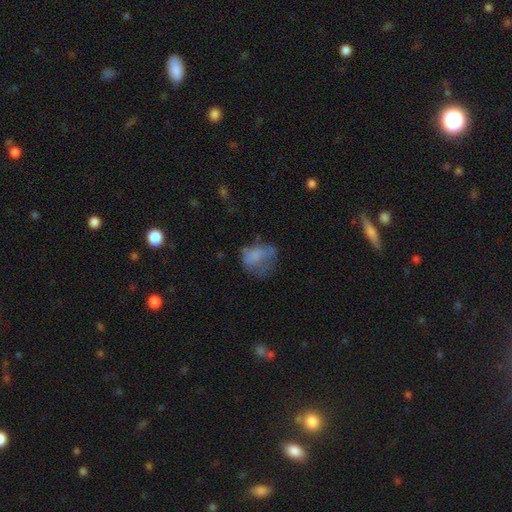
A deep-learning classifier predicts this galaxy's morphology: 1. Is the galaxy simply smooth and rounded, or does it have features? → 60% smooth, 27% featured or disk, 13% star or artifact.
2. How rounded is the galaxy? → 60% in between, 38% round, 2% cigar-shaped.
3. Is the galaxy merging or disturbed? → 35% none, 34% major disturbance, 27% minor disturbance, 5% merger.